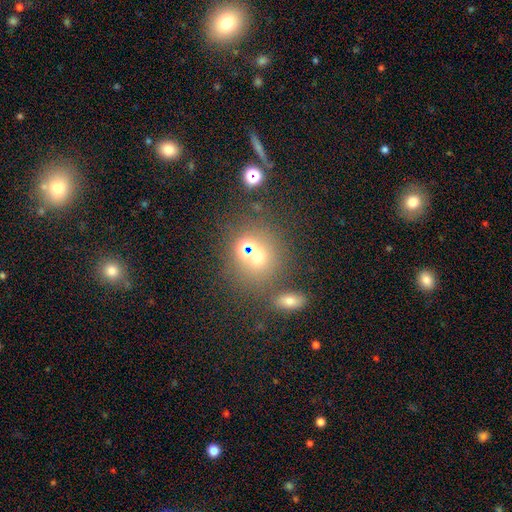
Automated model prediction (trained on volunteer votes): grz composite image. It shows a smooth galaxy with no disk features (50%) that is round (80%). Merging: none (67%).